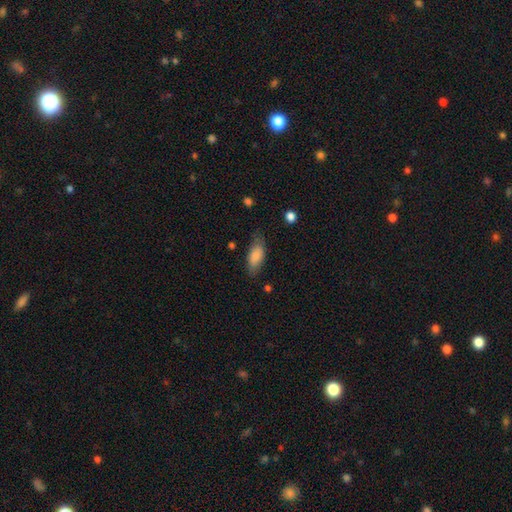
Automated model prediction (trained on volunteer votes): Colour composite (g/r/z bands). It shows a smooth galaxy with no disk features (82%) that is in between round and cigar-shaped (82%). Merging: none (72%).